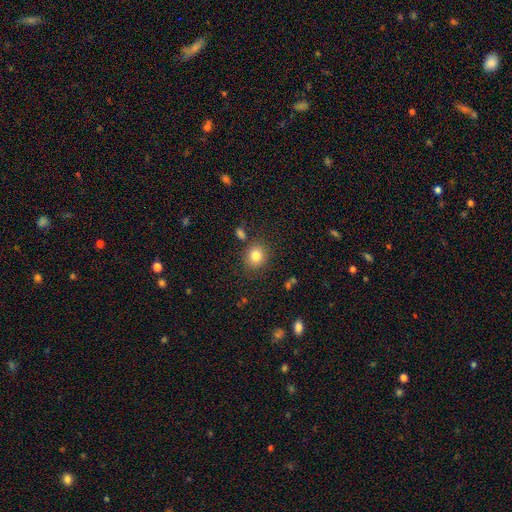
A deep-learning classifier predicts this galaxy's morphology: smooth-or-featured: smooth: 82% | star or artifact: 11% | featured or disk: 7%
  how-rounded: round: 76% | in between: 23% | cigar-shaped: 1%
  merging: none: 82% | minor disturbance: 10% | merger: 5% | major disturbance: 3%